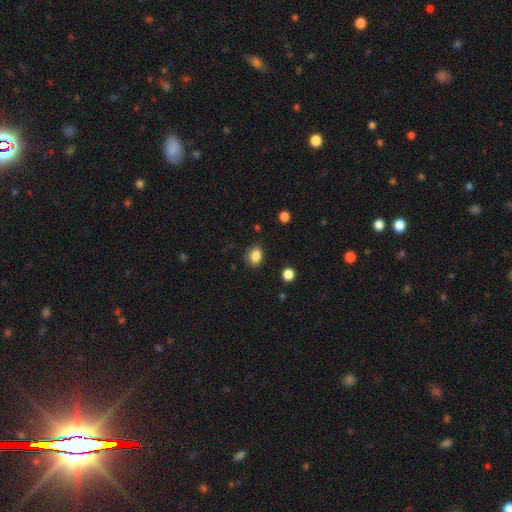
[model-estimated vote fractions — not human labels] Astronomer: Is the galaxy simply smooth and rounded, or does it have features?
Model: smooth — 85%.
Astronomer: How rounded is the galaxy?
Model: in between — 68%.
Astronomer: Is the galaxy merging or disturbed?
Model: none — 78%.